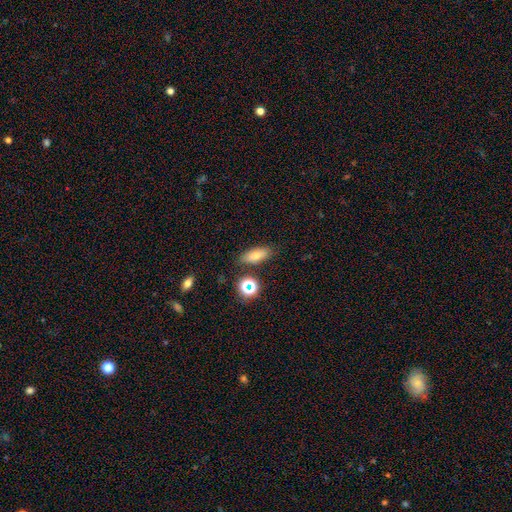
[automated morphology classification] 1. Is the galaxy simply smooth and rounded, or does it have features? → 72% smooth, 14% featured or disk, 14% star or artifact.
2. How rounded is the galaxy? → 70% in between, 22% cigar-shaped, 8% round.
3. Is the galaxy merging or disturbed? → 81% none, 11% minor disturbance, 4% merger, 3% major disturbance.